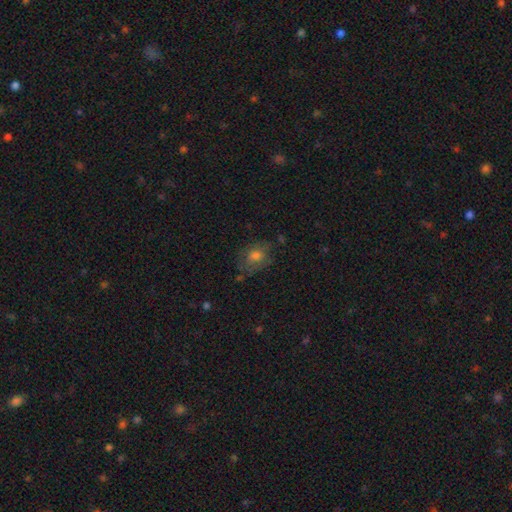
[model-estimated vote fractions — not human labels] smooth_or_featured: smooth (p=0.63) [alt: featured or disk p=0.23]
how_rounded: in between (p=0.55) [alt: round p=0.44]
merging: none (p=0.64) [alt: minor disturbance p=0.23]